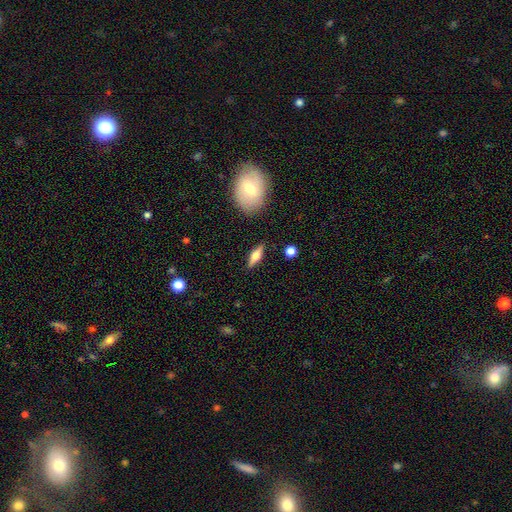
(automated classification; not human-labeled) Smooth or featured? Predicted: featured or disk (p=0.56). Edge-on disk? Predicted: yes (p=0.93). Edge-on bulge? Predicted: rounded (p=0.93). Merging? Predicted: none (p=0.88).